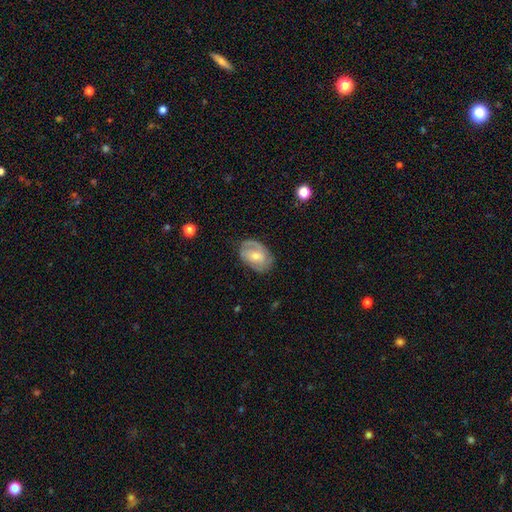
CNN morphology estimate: Overall: featured or disk (60%; smooth 33%). Edge-on disk: no (96%). Bar: no (52%; weak 39%). Spiral arms: yes (79%). Bulge size: moderate (51%; small 42%). Merging: none (72%).